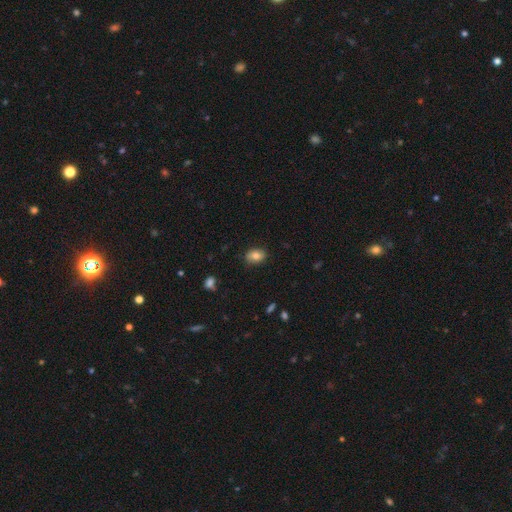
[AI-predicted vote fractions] The model was most divided on "how rounded": in between: 77%, round: 22%, cigar-shaped: 1%. More confident: merging — none (84%); smooth or featured — smooth (79%).